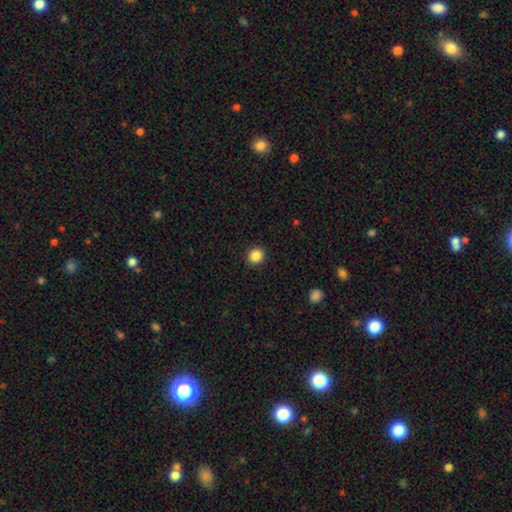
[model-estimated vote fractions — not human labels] Q: Smooth or featured?
A: smooth (87%); runner-up: star or artifact (10%)
Q: How rounded?
A: round (91%); runner-up: in between (8%)
Q: Merging?
A: none (92%); runner-up: minor disturbance (5%)